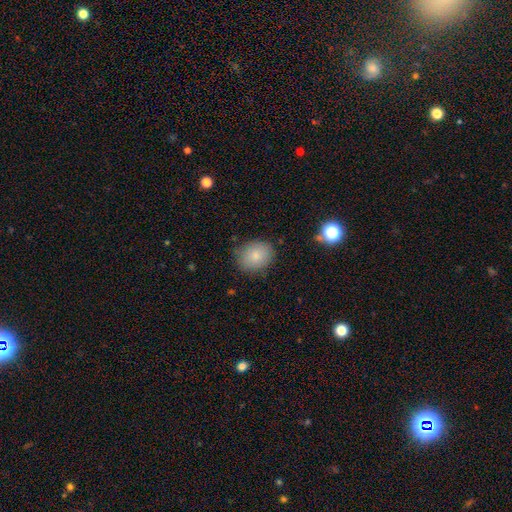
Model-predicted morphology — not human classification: Smooth or featured? Predicted: smooth (p=0.84). How rounded? Predicted: in between (p=0.54). Merging? Predicted: none (p=0.79).